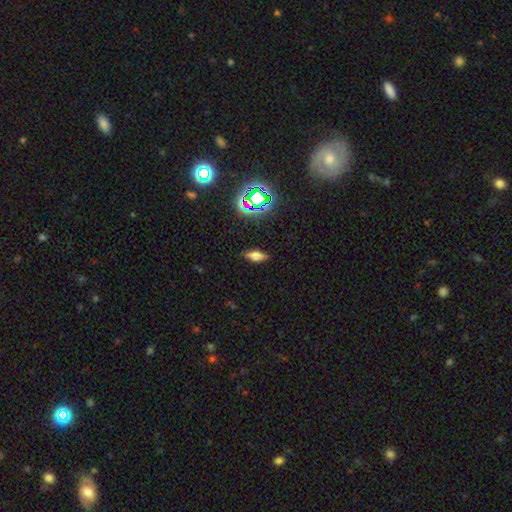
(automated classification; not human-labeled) smooth 49%, featured or disk 34%, star or artifact 18%. Down the decision tree: merging — none (85%).